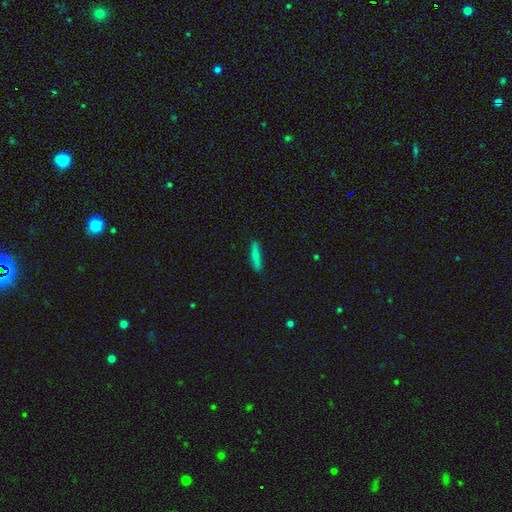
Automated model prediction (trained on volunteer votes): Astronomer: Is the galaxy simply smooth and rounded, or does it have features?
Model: smooth — 74%.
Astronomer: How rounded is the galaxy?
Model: cigar-shaped — 82%.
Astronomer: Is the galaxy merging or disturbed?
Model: none — 87%.